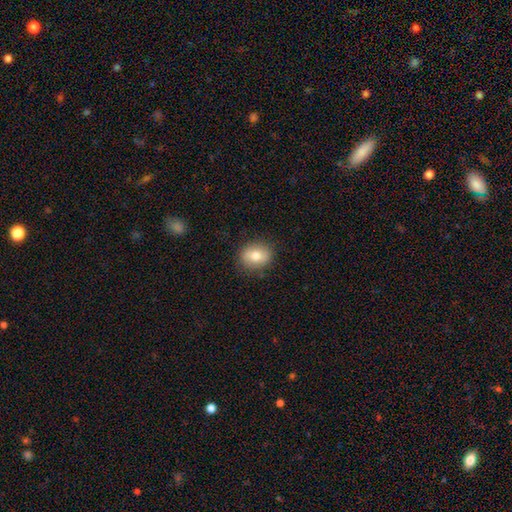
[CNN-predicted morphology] Smooth or featured: smooth — 75% (featured or disk — 16%)
How rounded: round — 54% (in between — 45%)
Merging: none — 86% (minor disturbance — 10%)